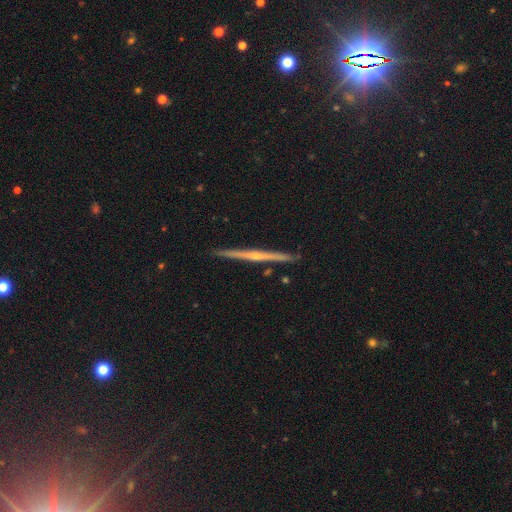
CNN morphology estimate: type=featured or disk (80%); edge-on=yes (98%); edge-on bulge=rounded (70%); merging=none (92%).